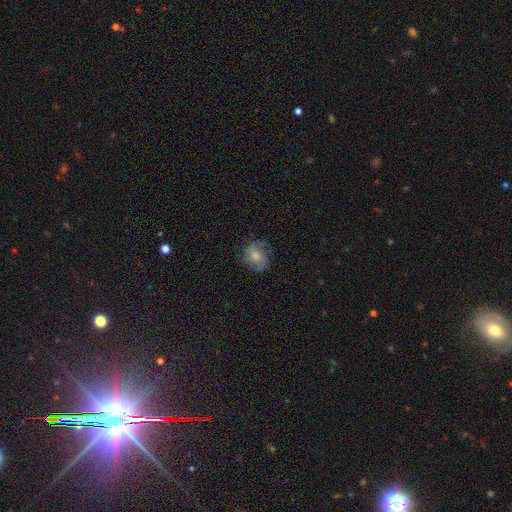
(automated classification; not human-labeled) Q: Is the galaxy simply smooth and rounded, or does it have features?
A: smooth — 48%.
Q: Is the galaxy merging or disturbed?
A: none — 65%.